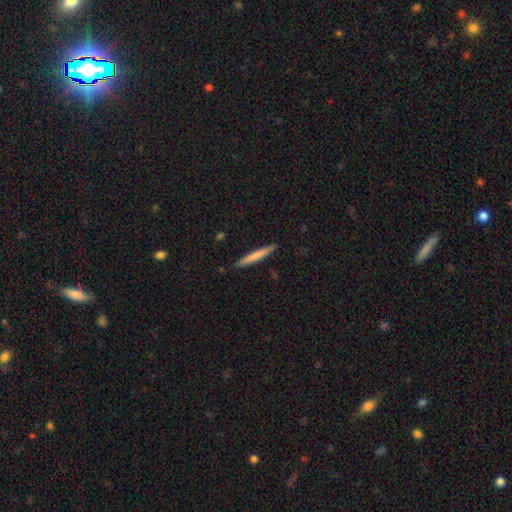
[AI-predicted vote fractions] Q: Smooth or featured?
A: smooth (69%); runner-up: featured or disk (26%)
Q: How rounded?
A: cigar-shaped (96%); runner-up: in between (3%)
Q: Merging?
A: none (89%); runner-up: minor disturbance (8%)